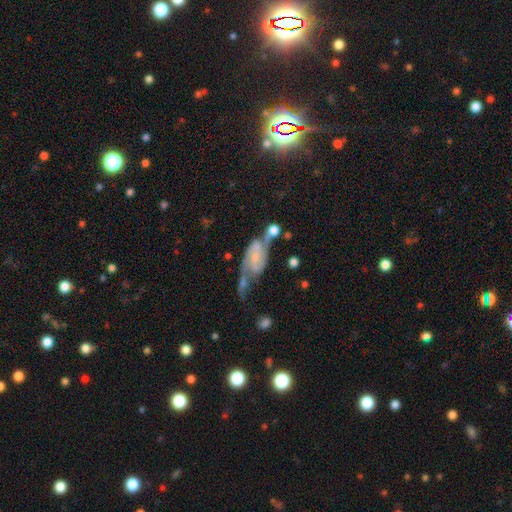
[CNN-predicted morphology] type=featured or disk (83%); edge-on=no (96%); bar=weak (43%); spiral arms=yes (95%); winding=medium (47%); arm count=2 (89%); bulge=small (58%); merging=none (38%).